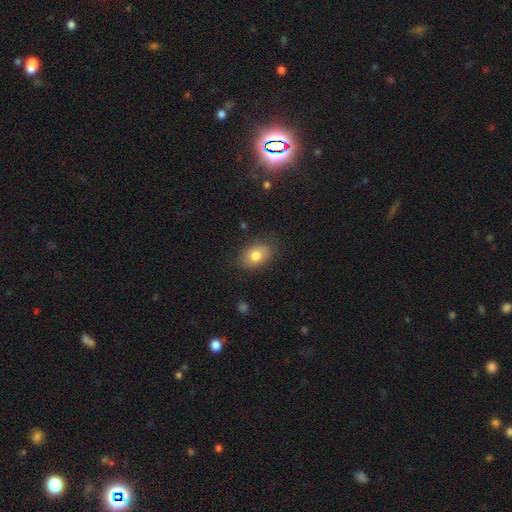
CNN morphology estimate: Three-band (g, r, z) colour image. It shows a smooth galaxy with no disk features (79%) that is in between round and cigar-shaped (79%). Merging: none (81%).